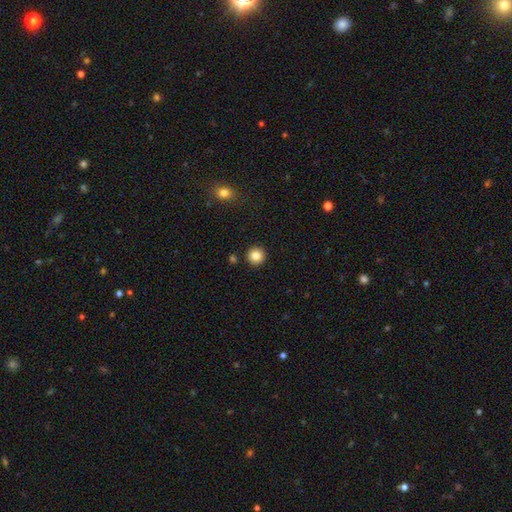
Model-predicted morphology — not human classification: type=smooth (85%); roundness=round (95%); merging=none (92%).